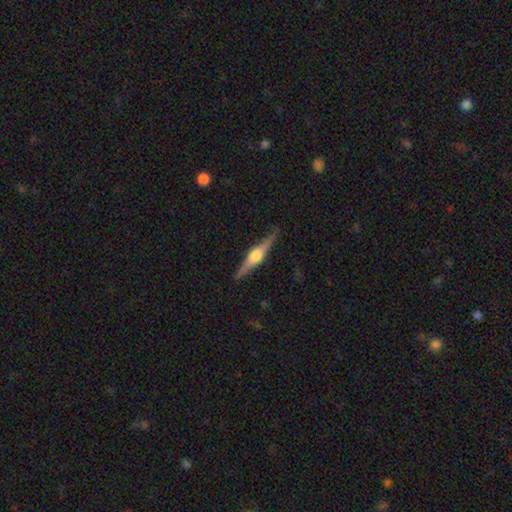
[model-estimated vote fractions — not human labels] A featured or disk galaxy (77%) viewed edge-on (98%) with a rounded central bulge (92%). Merging: none (88%).